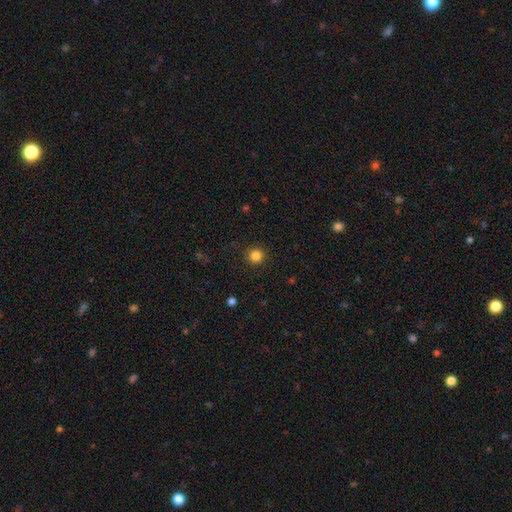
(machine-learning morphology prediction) smooth_or_featured: smooth (p=0.84) [alt: star or artifact p=0.12]
how_rounded: round (p=0.94) [alt: in between p=0.05]
merging: none (p=0.90) [alt: minor disturbance p=0.07]